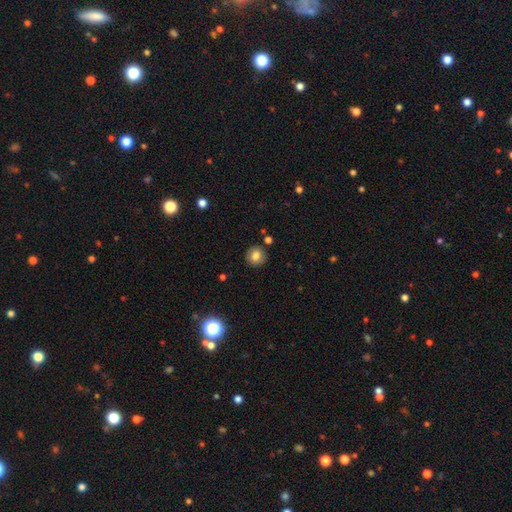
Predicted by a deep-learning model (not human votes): Q: Smooth or featured?
A: smooth (80%); runner-up: star or artifact (10%)
Q: How rounded?
A: round (93%); runner-up: in between (6%)
Q: Merging?
A: none (89%); runner-up: minor disturbance (7%)